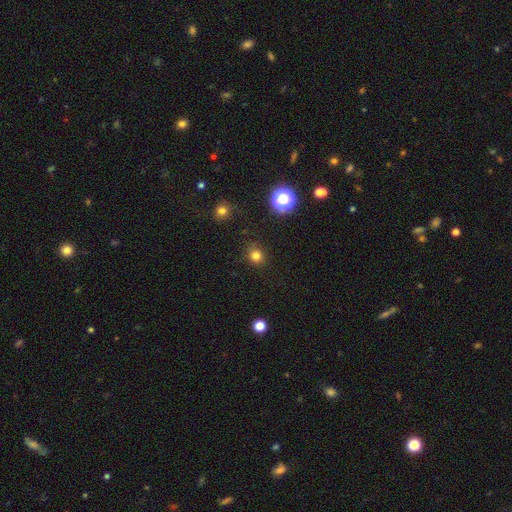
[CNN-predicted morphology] Smooth or featured?
  - smooth: 78% *
  - star or artifact: 18%
  - featured or disk: 5%
How rounded?
  - round: 86% *
  - in between: 13%
  - cigar-shaped: 1%
Merging?
  - none: 86% *
  - minor disturbance: 9%
  - major disturbance: 3%
  - merger: 2%